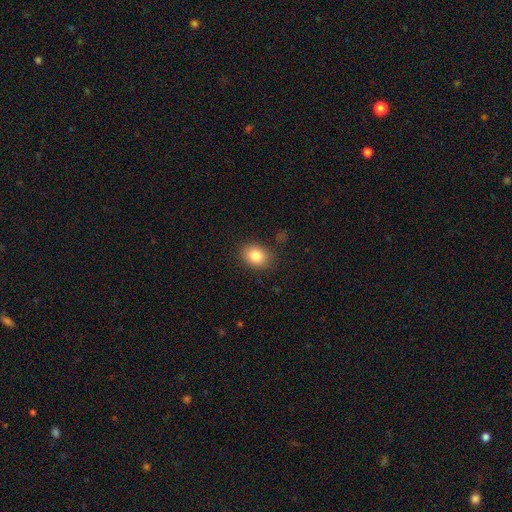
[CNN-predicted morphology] This is clearly a smooth galaxy (83%). How rounded: possibly in between (54%). Merging: clearly none (85%).